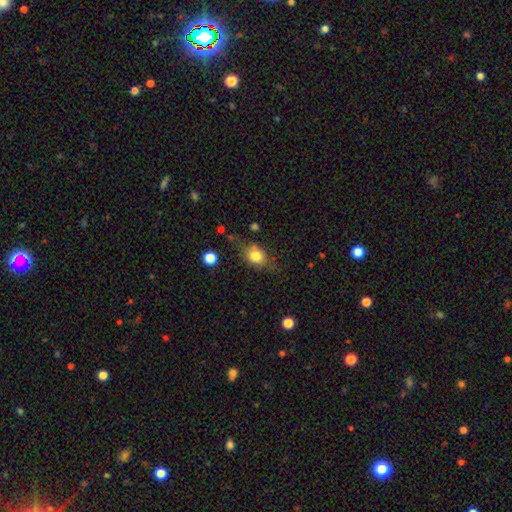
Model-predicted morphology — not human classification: Smooth or featured? smooth (75%)
How rounded? in between (62%)
Merging? none (60%)